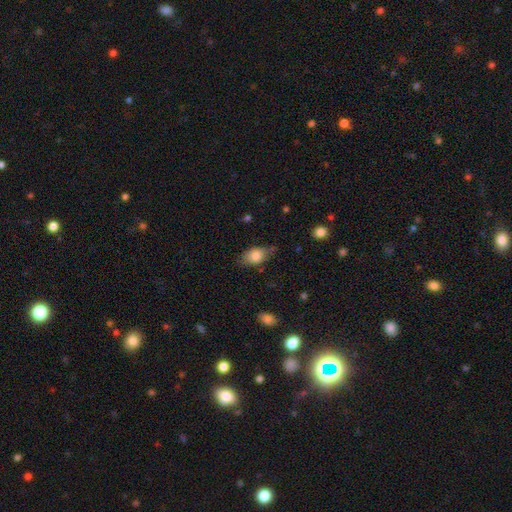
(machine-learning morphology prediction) smooth_or_featured: smooth (p=0.78) [alt: featured or disk p=0.14]
how_rounded: in between (p=0.85) [alt: round p=0.11]
merging: none (p=0.61) [alt: minor disturbance p=0.30]